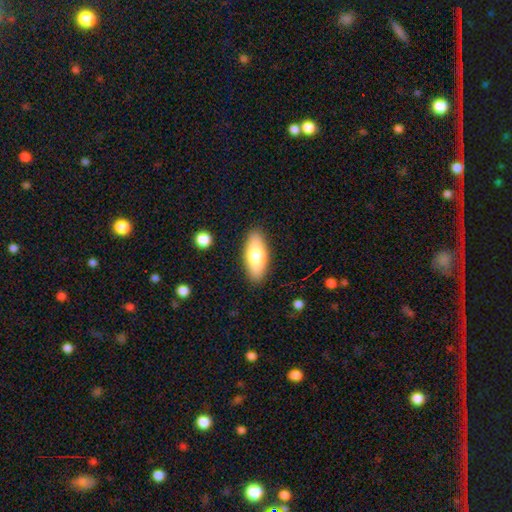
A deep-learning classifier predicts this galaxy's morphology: A smooth galaxy with no disk features (71%) that is in between round and cigar-shaped (75%). Merging: none (88%).